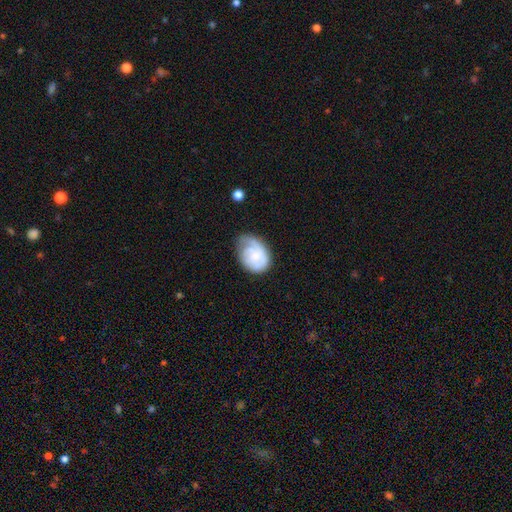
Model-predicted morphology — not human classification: This appears to be a featured or disk galaxy (53%) with no bar (69%), spiral arms (78%) and no central bulge (40%). Merging: none (44%).